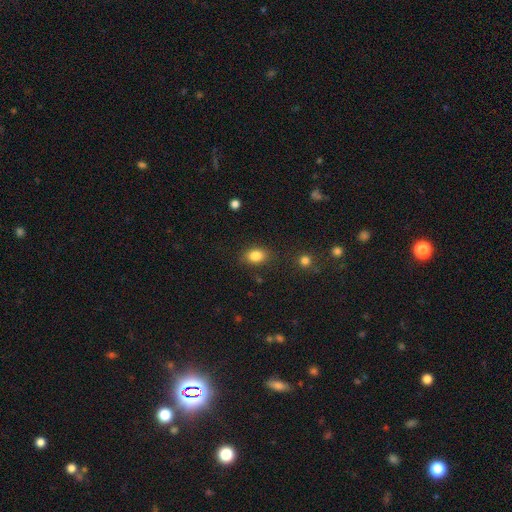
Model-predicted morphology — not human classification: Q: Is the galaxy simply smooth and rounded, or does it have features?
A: smooth — 84%.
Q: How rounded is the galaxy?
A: in between — 73%.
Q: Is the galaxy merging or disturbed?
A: none — 81%.